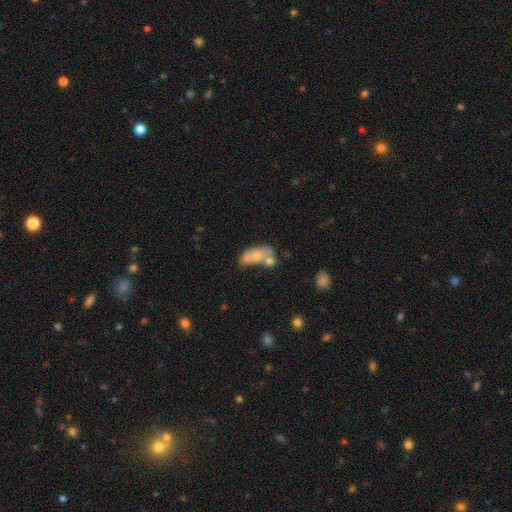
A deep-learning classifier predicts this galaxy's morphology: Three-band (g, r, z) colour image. It shows a smooth galaxy with no disk features (62%) that is in between round and cigar-shaped (83%). Merging: merger (46%).